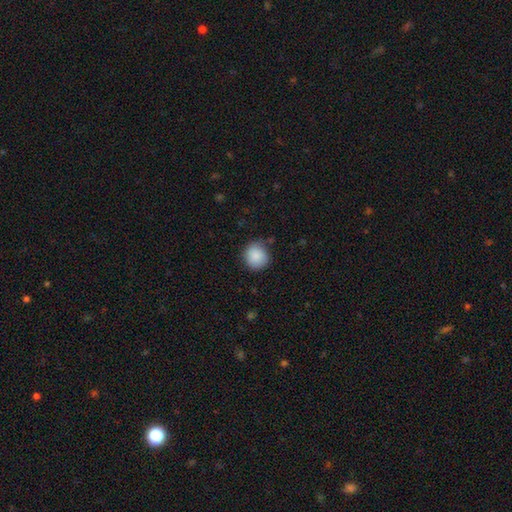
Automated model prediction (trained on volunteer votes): Smooth or featured?
  - smooth: 89% *
  - star or artifact: 8%
  - featured or disk: 4%
How rounded?
  - round: 88% *
  - in between: 11%
  - cigar-shaped: 1%
Merging?
  - none: 82% *
  - minor disturbance: 13%
  - major disturbance: 3%
  - merger: 2%